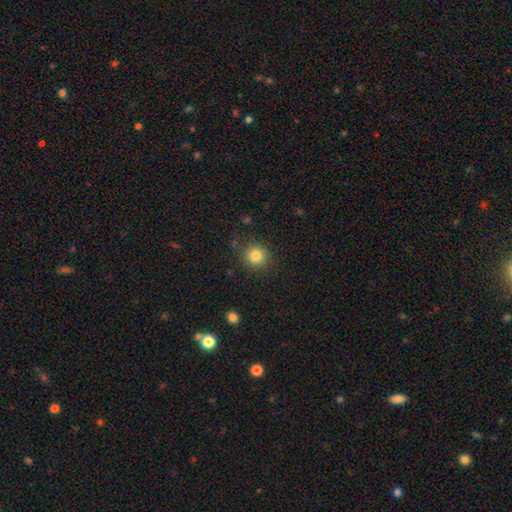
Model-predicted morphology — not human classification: Smooth or featured? Predicted: smooth (p=0.83). How rounded? Predicted: round (p=0.92). Merging? Predicted: none (p=0.87).